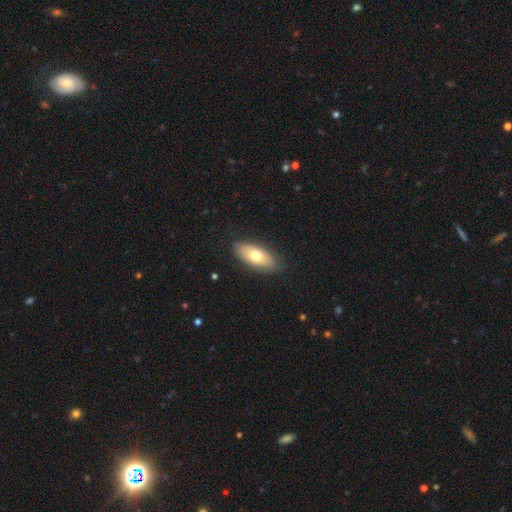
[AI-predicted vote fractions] Overall: smooth (67%). How rounded: in between (84%). Merging: none (85%).